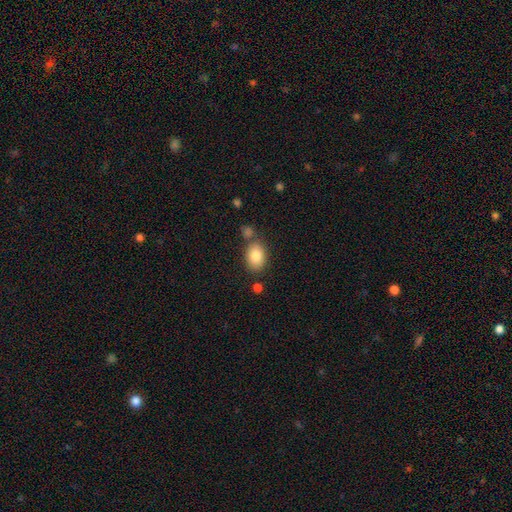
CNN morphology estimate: A smooth galaxy with no disk features (84%) that is in between round and cigar-shaped (80%). Merging: none (71%).